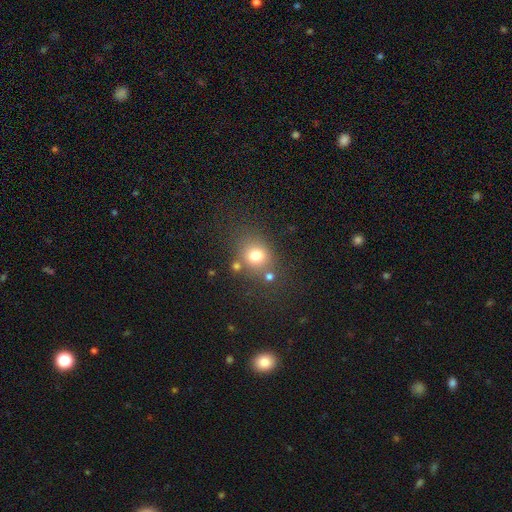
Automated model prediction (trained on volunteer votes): smooth_or_featured: smooth (p=0.75) [alt: star or artifact p=0.15]
how_rounded: round (p=0.67) [alt: in between p=0.32]
merging: none (p=0.67) [alt: minor disturbance p=0.14]